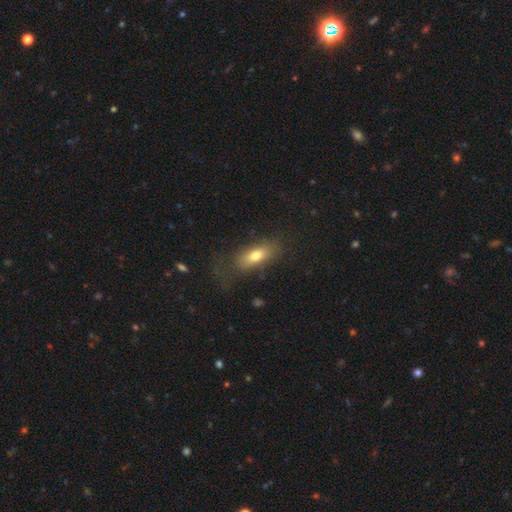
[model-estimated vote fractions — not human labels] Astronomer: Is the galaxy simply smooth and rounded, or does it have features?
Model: smooth — 71%.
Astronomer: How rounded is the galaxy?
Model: in between — 74%.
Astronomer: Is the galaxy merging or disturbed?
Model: none — 62%.